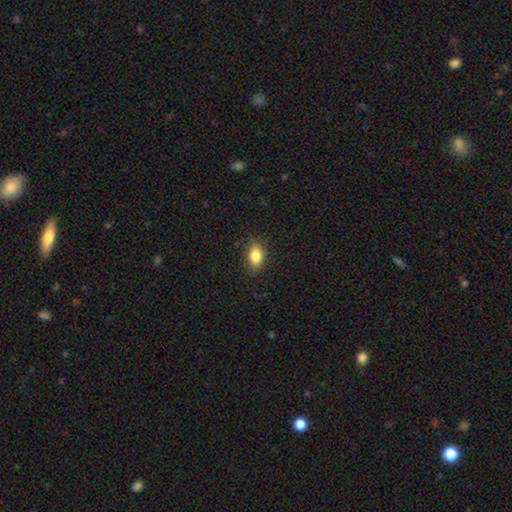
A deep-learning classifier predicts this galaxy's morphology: A smooth galaxy with no disk features (85%) that is in between round and cigar-shaped (87%).

Vote fractions:
- Smooth or featured? smooth: 85% / star or artifact: 8% / featured or disk: 7%
- How rounded? in between: 87% / round: 10% / cigar-shaped: 3%
- Merging? none: 86% / minor disturbance: 11% / major disturbance: 3% / merger: 1%